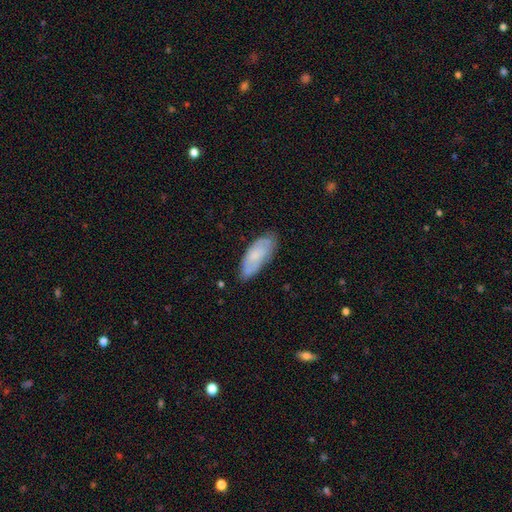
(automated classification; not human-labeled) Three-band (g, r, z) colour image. It shows a smooth galaxy with no disk features (55%) that is in between round and cigar-shaped (76%). Merging: none (74%).